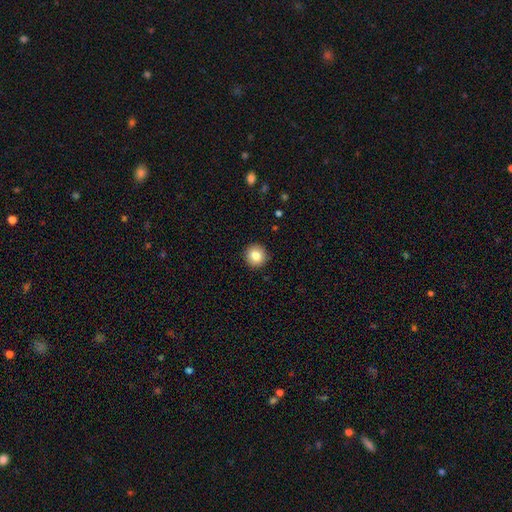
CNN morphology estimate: Smooth or featured? Predicted: smooth (p=0.84). How rounded? Predicted: round (p=0.94). Merging? Predicted: none (p=0.93).